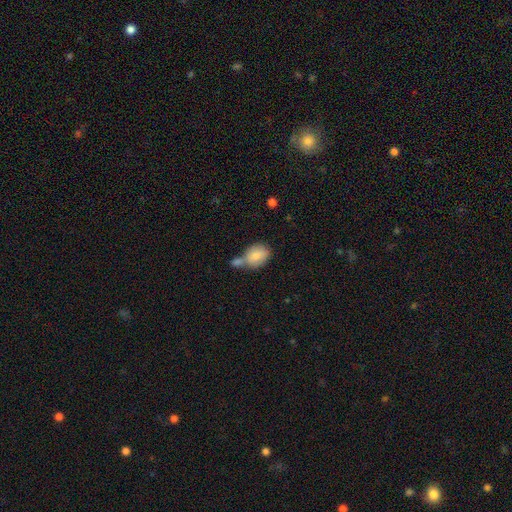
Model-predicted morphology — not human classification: A smooth galaxy with no disk features (81%) that is in between round and cigar-shaped (64%).

Vote fractions:
- Smooth or featured? smooth: 81% / featured or disk: 12% / star or artifact: 7%
- How rounded? in between: 64% / round: 35% / cigar-shaped: 2%
- Merging? merger: 43% / none: 37% / minor disturbance: 15% / major disturbance: 5%